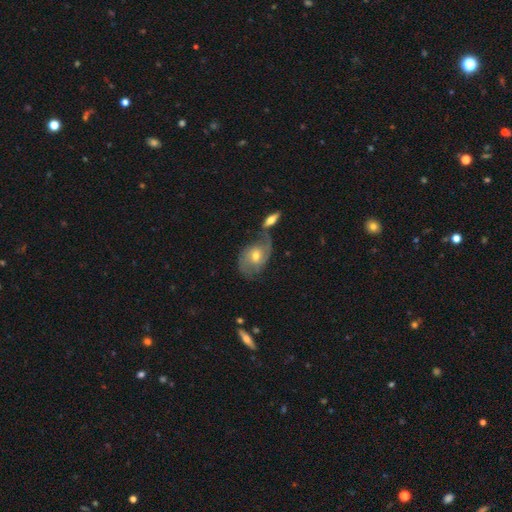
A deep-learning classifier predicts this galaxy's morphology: smooth-or-featured: featured or disk: 72% | smooth: 21% | star or artifact: 7%
  disk-edge-on: no: 95% | yes: 5%
    bar: no: 56% | weak: 36% | strong: 7%
    has-spiral-arms: yes: 88% | no: 12%
      spiral-winding: medium: 45% | loose: 29% | tight: 26%
      spiral-arm-count: 2: 76% | can't tell: 13% | 1: 4% | 3: 4% | 4: 1% | more than 4: 1%
    bulge-size: moderate: 61% | small: 33% | large: 4% | none: 1% | dominant: 1%
  merging: none: 44% | merger: 25% | minor disturbance: 19% | major disturbance: 11%